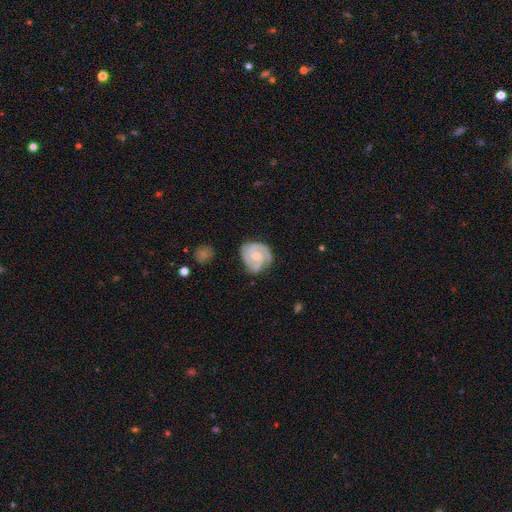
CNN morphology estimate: Smooth or featured?
  - featured or disk: 86% *
  - smooth: 10%
  - star or artifact: 4%
Edge-on disk?
  - no: 98% *
  - yes: 2%
Bar?
  - no: 67% *
  - weak: 28%
  - strong: 5%
Spiral arms?
  - yes: 97% *
  - no: 3%
Spiral winding?
  - tight: 61% *
  - medium: 34%
  - loose: 6%
Spiral arm count?
  - 2: 42% *
  - 3: 41%
  - can't tell: 8%
  - 4: 3%
  - 1: 3%
  - more than 4: 2%
Bulge size?
  - small: 52% *
  - moderate: 43%
  - none: 3%
  - large: 2%
  - dominant: 1%
Merging?
  - none: 70% *
  - minor disturbance: 22%
  - major disturbance: 6%
  - merger: 2%